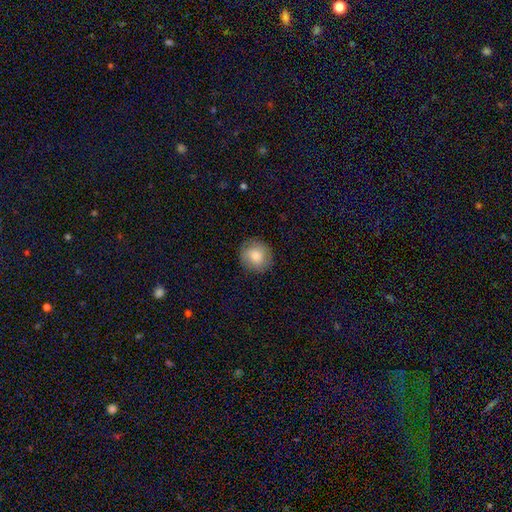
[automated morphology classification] The model was most divided on "smooth or featured": smooth: 81%, featured or disk: 11%, star or artifact: 8%. More confident: how rounded — round (86%); merging — none (85%).